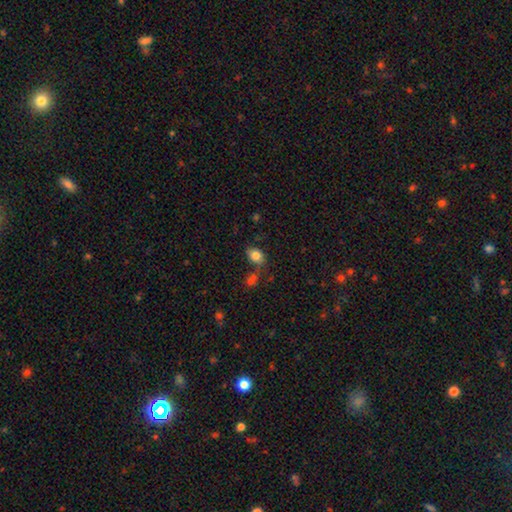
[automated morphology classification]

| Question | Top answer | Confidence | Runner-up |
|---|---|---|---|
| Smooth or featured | smooth | 83% | star or artifact (10%) |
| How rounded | in between | 70% | round (29%) |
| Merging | none | 64% | minor disturbance (17%) |